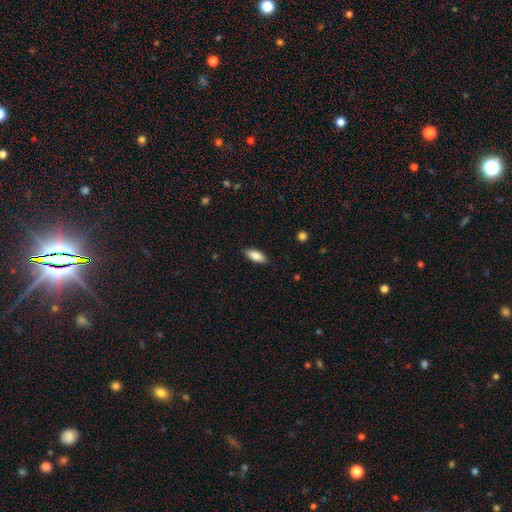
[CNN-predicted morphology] This is clearly a smooth galaxy (82%). How rounded: likely in between (77%). Merging: clearly none (87%).